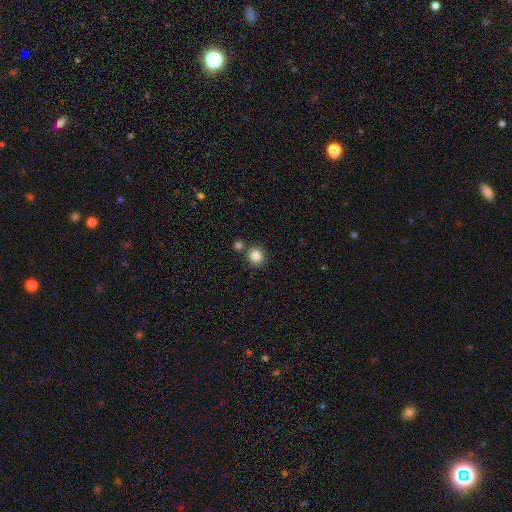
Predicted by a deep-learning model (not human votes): Smooth or featured: smooth — 85% (star or artifact — 11%)
How rounded: round — 86% (in between — 13%)
Merging: none — 75% (merger — 14%)